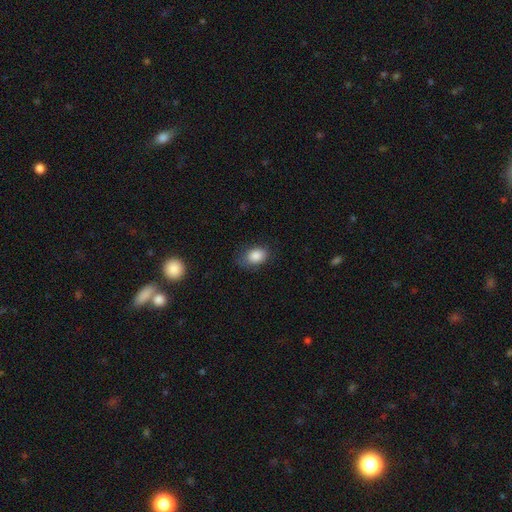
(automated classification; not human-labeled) Morphology: type=smooth (86%); roundness=in between (77%); merging=none (70%).